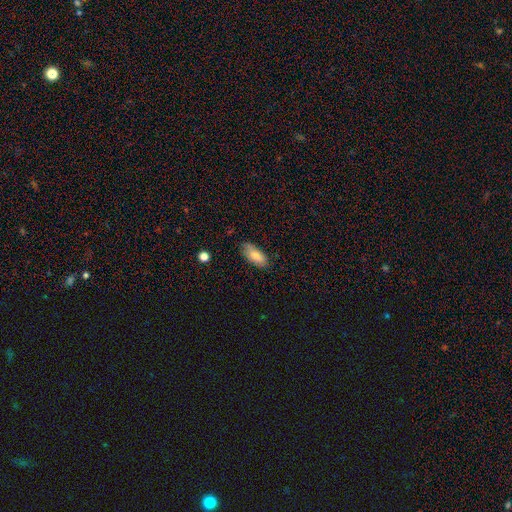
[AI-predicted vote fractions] The model was most divided on "merging": none: 76%, minor disturbance: 19%, major disturbance: 3%, merger: 1%. More confident: how rounded — in between (85%); smooth or featured — smooth (80%).